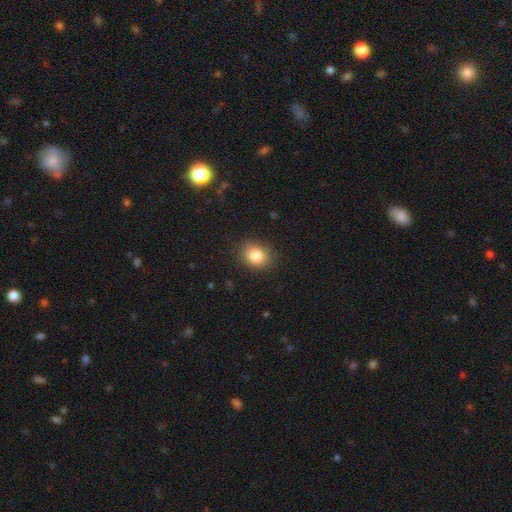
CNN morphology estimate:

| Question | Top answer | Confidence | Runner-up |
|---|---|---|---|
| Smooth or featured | smooth | 83% | star or artifact (10%) |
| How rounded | round | 56% | in between (43%) |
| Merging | none | 86% | minor disturbance (10%) |